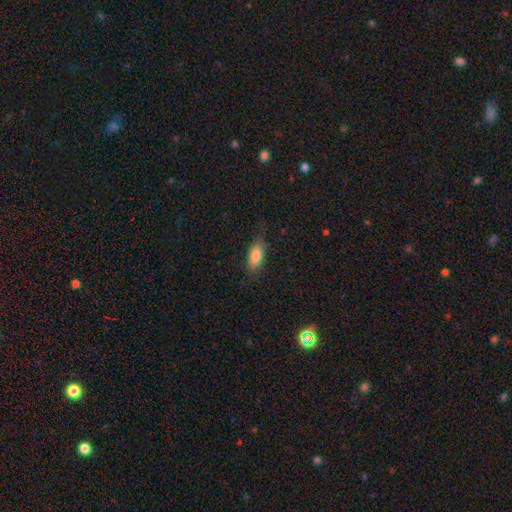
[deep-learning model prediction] Overall: smooth (81%). How rounded: in between (83%). Merging: none (79%).